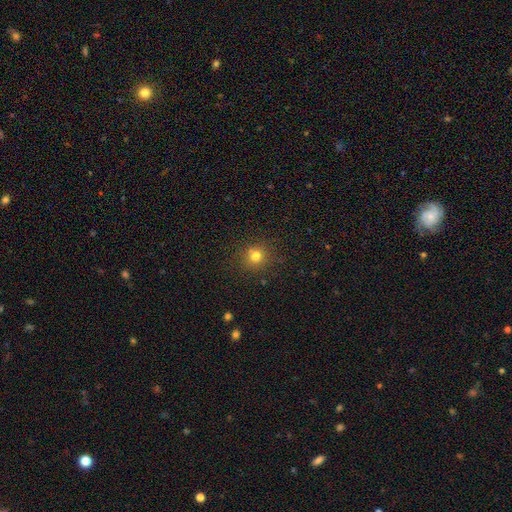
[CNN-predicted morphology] This appears to be a smooth galaxy with no disk features (75%) that is round (87%). Merging: none (79%).